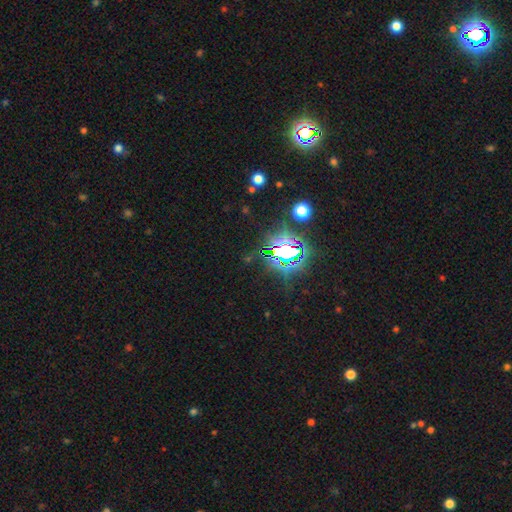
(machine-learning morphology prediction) Smooth or featured: star or artifact — 82% (smooth — 10%)